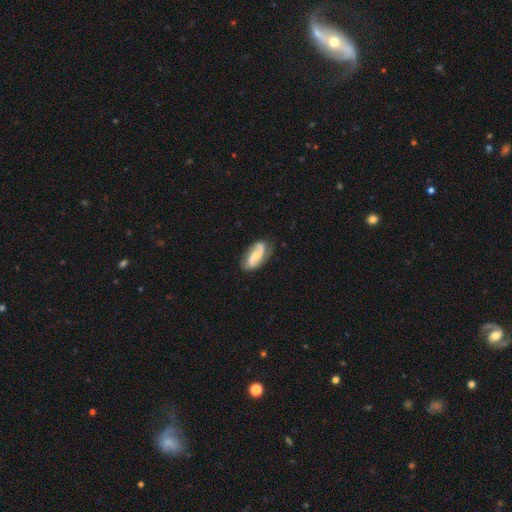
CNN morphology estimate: smooth-or-featured: featured or disk: 75% | smooth: 20% | star or artifact: 5%
  disk-edge-on: no: 95% | yes: 5%
    bar: no: 46% | weak: 37% | strong: 17%
    has-spiral-arms: yes: 94% | no: 6%
      spiral-winding: loose: 42% | medium: 40% | tight: 18%
      spiral-arm-count: 2: 88% | can't tell: 5% | 1: 4% | 3: 1% | 4: 1% | more than 4: 1%
    bulge-size: small: 46% | moderate: 42% | none: 6% | large: 4% | dominant: 1%
  merging: none: 74% | minor disturbance: 19% | major disturbance: 6% | merger: 2%